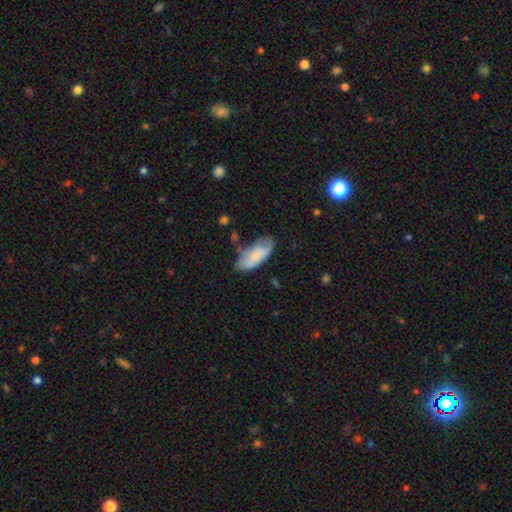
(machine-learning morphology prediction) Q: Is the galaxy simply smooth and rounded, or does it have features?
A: smooth — 70%.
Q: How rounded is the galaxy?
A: in between — 85%.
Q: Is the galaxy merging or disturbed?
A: none — 53%.